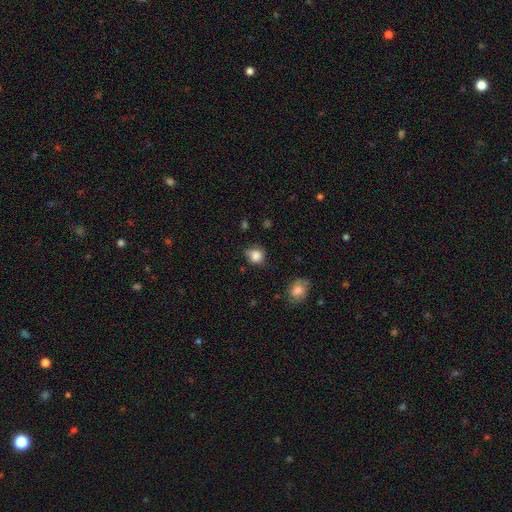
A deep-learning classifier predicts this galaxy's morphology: smooth-or-featured: smooth: 81% | star or artifact: 10% | featured or disk: 9%
  how-rounded: round: 73% | in between: 26% | cigar-shaped: 1%
  merging: none: 54% | minor disturbance: 32% | major disturbance: 10% | merger: 4%